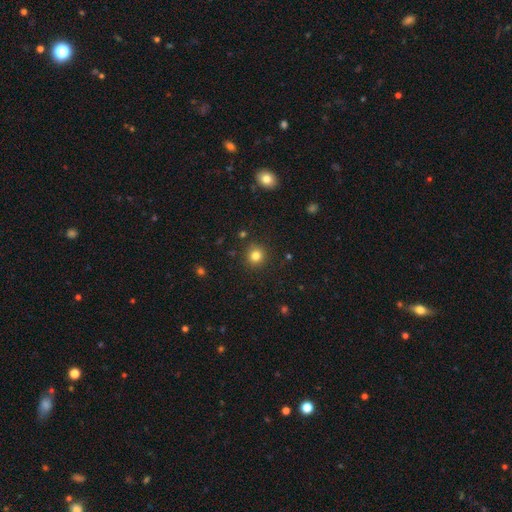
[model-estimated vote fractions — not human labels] The model was most divided on "smooth or featured": smooth: 81%, star or artifact: 13%, featured or disk: 6%. More confident: how rounded — round (91%); merging — none (90%).